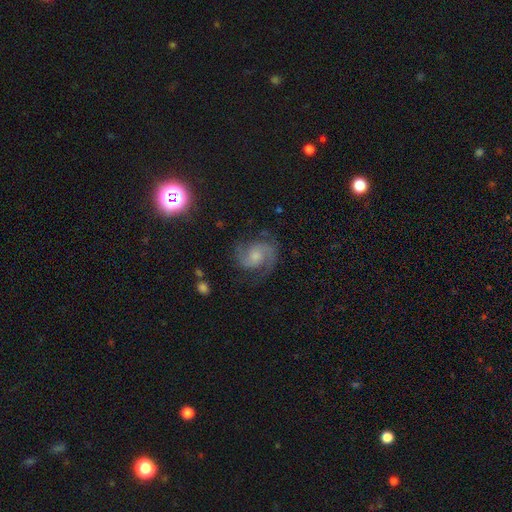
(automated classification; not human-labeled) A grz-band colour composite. It shows a featured or disk galaxy (86%) with no bar (61%), 2 (90%) medium (58%) spiral arms (98%) and a small central bulge (39%). Merging: none (76%).